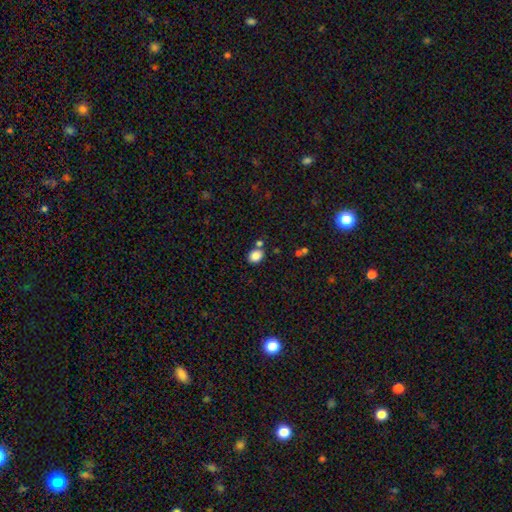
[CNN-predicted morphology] Smooth or featured? smooth (86%)
How rounded? in between (50%)
Merging? none (71%)